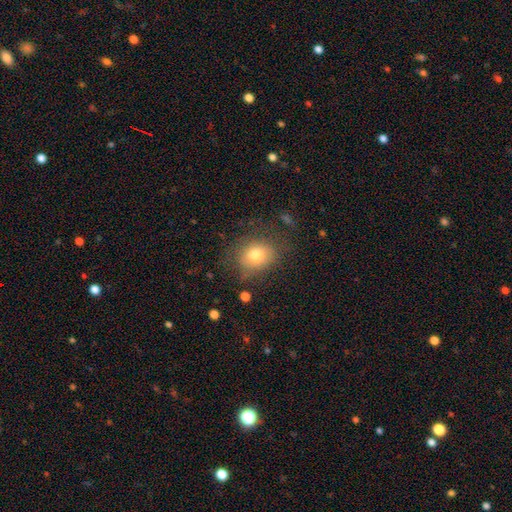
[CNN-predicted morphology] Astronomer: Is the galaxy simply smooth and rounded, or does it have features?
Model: smooth — 74%.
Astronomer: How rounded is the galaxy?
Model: round — 51% (runner-up: in between, 48%).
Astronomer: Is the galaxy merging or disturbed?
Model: none — 67%.